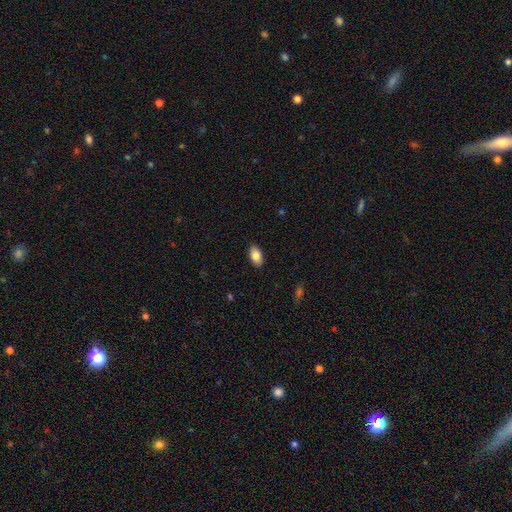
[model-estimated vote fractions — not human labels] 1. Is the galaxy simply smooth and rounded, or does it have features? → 84% smooth, 9% featured or disk, 7% star or artifact.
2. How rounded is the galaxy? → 93% in between, 4% round, 3% cigar-shaped.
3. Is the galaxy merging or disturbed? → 88% none, 9% minor disturbance, 2% major disturbance, 1% merger.